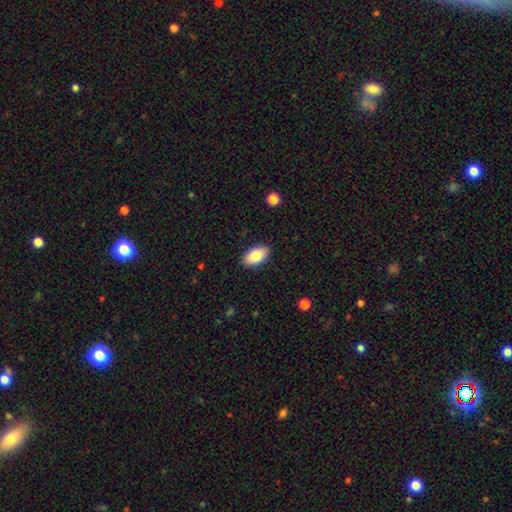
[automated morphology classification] A smooth galaxy with no disk features (83%) that is in between round and cigar-shaped (94%). Merging: none (89%).